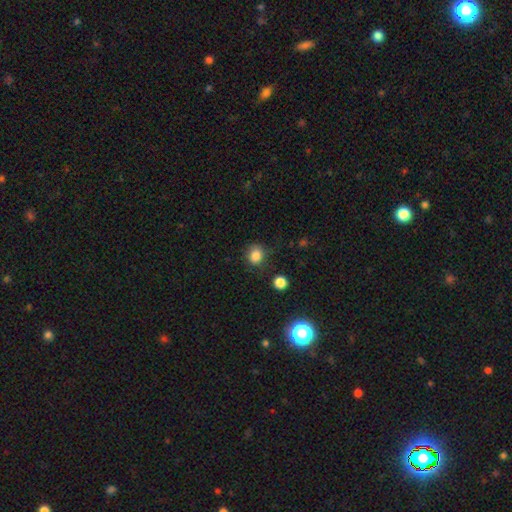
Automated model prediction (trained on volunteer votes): This is clearly a smooth galaxy (85%). How rounded: likely round (69%). Merging: likely none (77%).